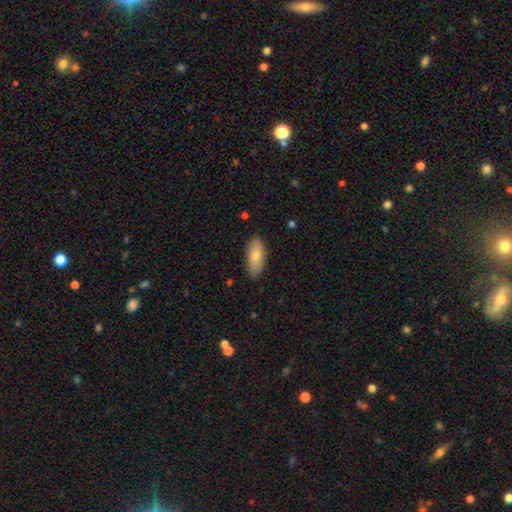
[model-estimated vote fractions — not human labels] Overall: smooth (78%). How rounded: in between (86%). Merging: none (83%).